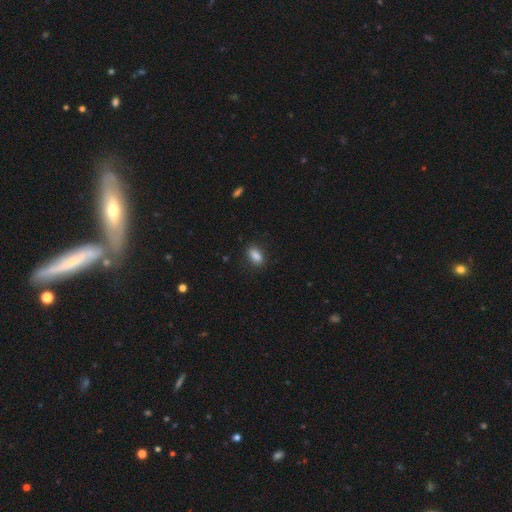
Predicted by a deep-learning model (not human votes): Smooth or featured?
  - smooth: 87% *
  - star or artifact: 9%
  - featured or disk: 5%
How rounded?
  - in between: 88% *
  - round: 8%
  - cigar-shaped: 4%
Merging?
  - none: 86% *
  - minor disturbance: 10%
  - major disturbance: 3%
  - merger: 1%